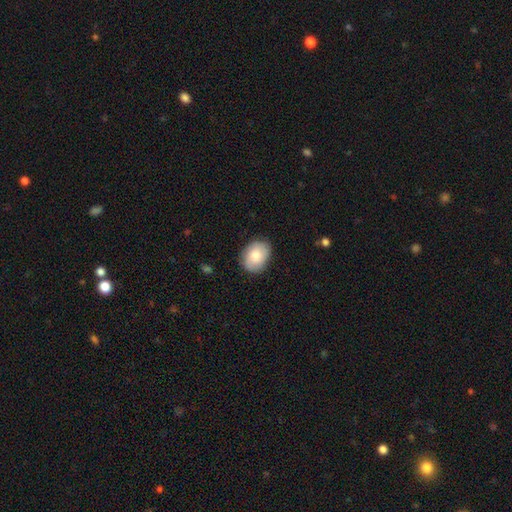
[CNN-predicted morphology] This appears to be a smooth galaxy with no disk features (78%) that is in between round and cigar-shaped (68%). Merging: none (83%).